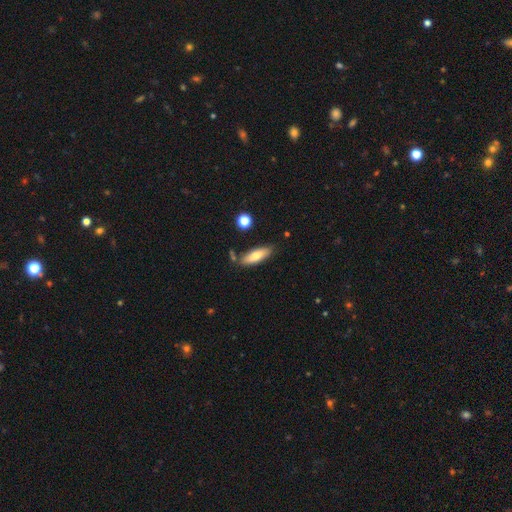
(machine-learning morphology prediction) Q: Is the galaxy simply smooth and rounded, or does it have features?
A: smooth — 72%.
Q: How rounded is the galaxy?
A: in between — 51%.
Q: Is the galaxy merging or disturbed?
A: none — 80%.